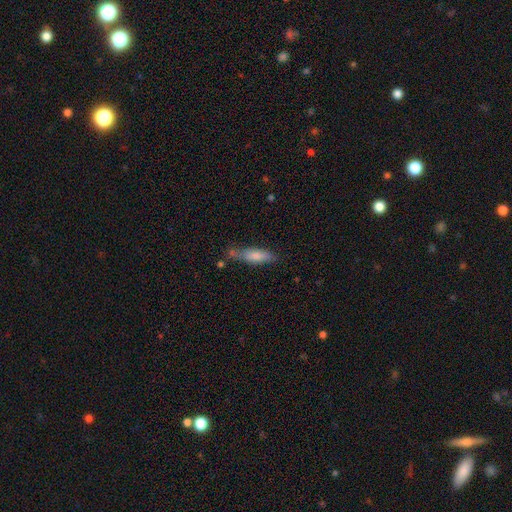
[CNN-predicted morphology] smooth-or-featured: smooth: 75% | featured or disk: 18% | star or artifact: 7%
  how-rounded: cigar-shaped: 59% | in between: 39% | round: 2%
  merging: none: 57% | minor disturbance: 27% | merger: 9% | major disturbance: 7%